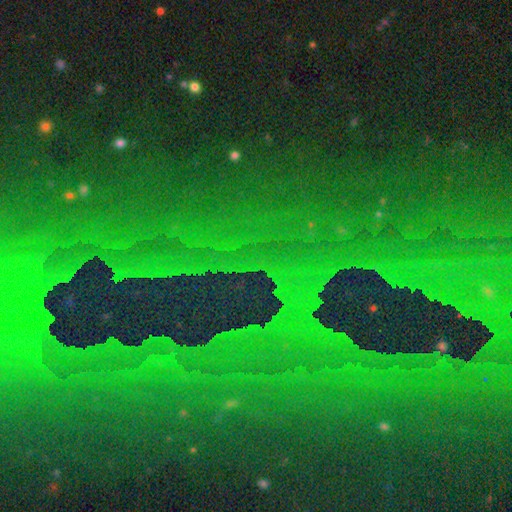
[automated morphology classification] smooth-or-featured: star or artifact: 86% | featured or disk: 7% | smooth: 7%